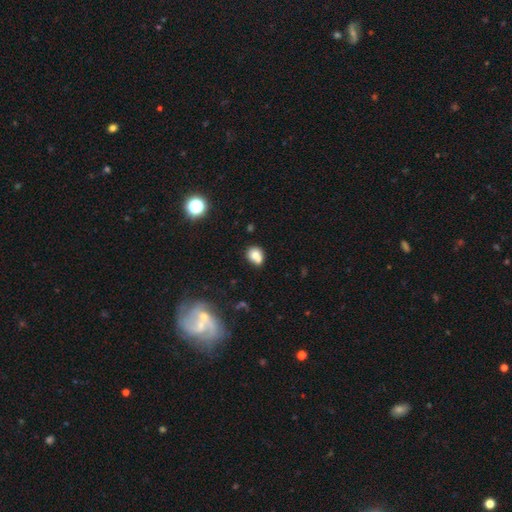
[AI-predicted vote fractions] Smooth or featured?
  - smooth: 75% *
  - featured or disk: 14%
  - star or artifact: 12%
How rounded?
  - round: 62% *
  - in between: 37%
  - cigar-shaped: 1%
Merging?
  - none: 45% *
  - merger: 36%
  - minor disturbance: 14%
  - major disturbance: 5%